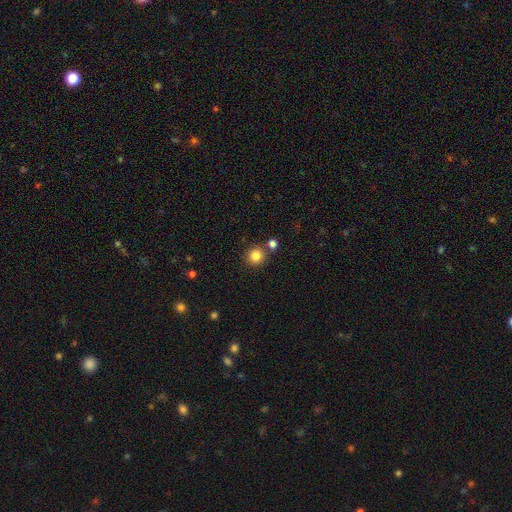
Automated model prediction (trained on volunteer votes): Smooth or featured?
  - smooth: 84% *
  - star or artifact: 11%
  - featured or disk: 5%
How rounded?
  - round: 92% *
  - in between: 7%
  - cigar-shaped: 1%
Merging?
  - none: 79% *
  - merger: 11%
  - minor disturbance: 8%
  - major disturbance: 3%